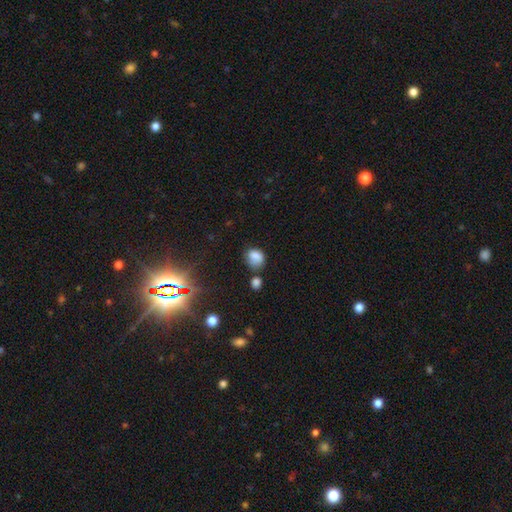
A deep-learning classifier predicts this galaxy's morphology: Smooth or featured? Predicted: smooth (p=0.77). How rounded? Predicted: round (p=0.52). Merging? Predicted: none (p=0.52).